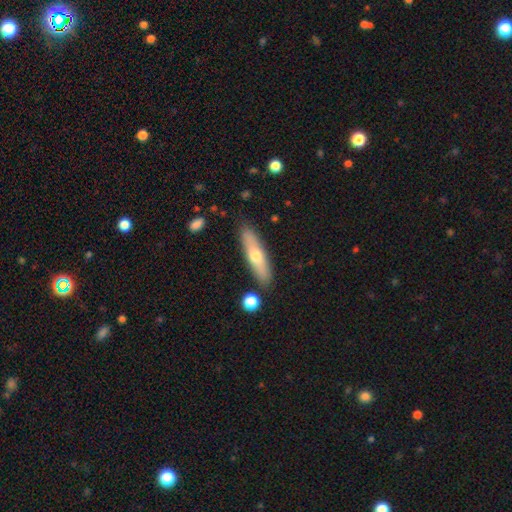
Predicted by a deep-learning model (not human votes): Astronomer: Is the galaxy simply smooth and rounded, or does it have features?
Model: smooth — 51% (runner-up: featured or disk, 42%).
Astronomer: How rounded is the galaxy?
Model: cigar-shaped — 73%.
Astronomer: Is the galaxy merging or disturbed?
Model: none — 86%.